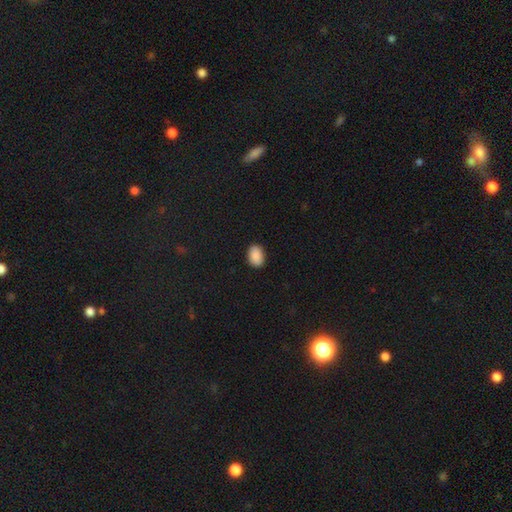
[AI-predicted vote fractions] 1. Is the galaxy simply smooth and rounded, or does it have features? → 90% smooth, 7% star or artifact, 3% featured or disk.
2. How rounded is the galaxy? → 83% in between, 16% round, 1% cigar-shaped.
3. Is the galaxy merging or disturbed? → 89% none, 8% minor disturbance, 2% major disturbance, 1% merger.